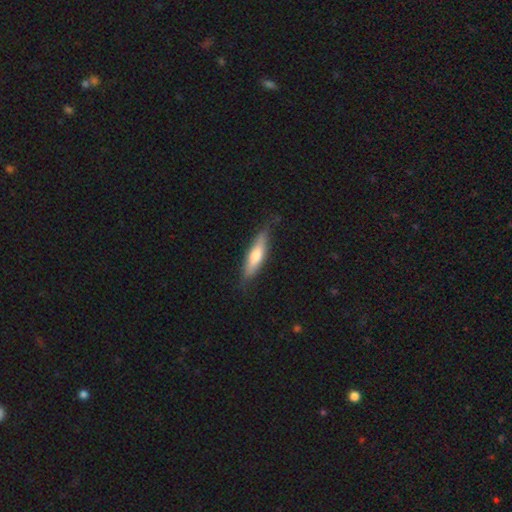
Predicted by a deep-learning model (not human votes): Morphology: type=smooth (64%); roundness=cigar-shaped (69%); merging=none (76%).